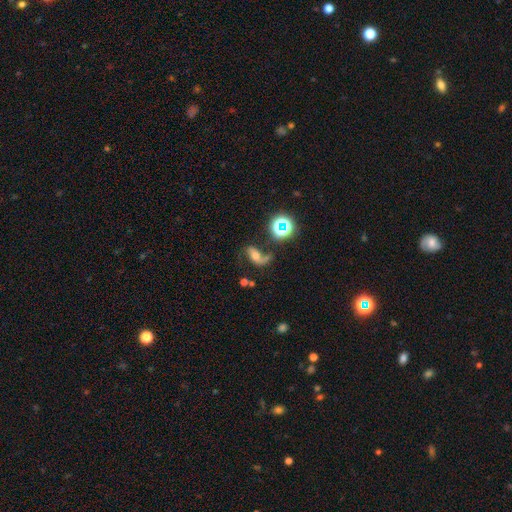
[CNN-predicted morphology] This is likely a featured or disk galaxy (66%). It is clearly not viewed edge-on (95%). Bar: possibly no (53%). Spiral arm pattern: clearly yes (90%). Spiral arm count: likely 2 (77%). Spiral winding: likely loose (76%). Central bulge: likely moderate (61%). Merging: possibly none (53%).